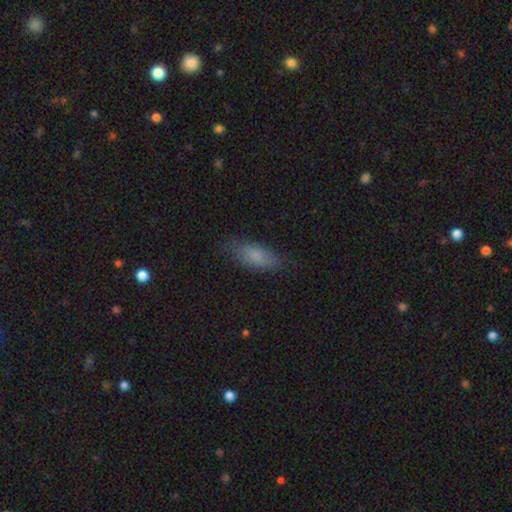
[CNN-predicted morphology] Smooth or featured? Predicted: smooth (p=0.81). How rounded? Predicted: in between (p=0.73). Merging? Predicted: none (p=0.77).